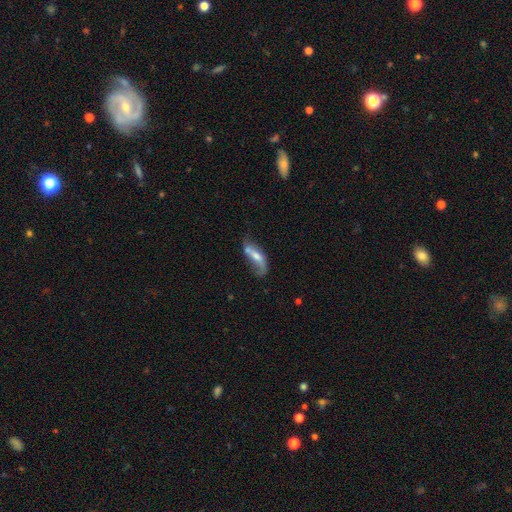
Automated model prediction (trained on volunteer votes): This appears to be a featured or disk galaxy (58%). Merging: none (39%).